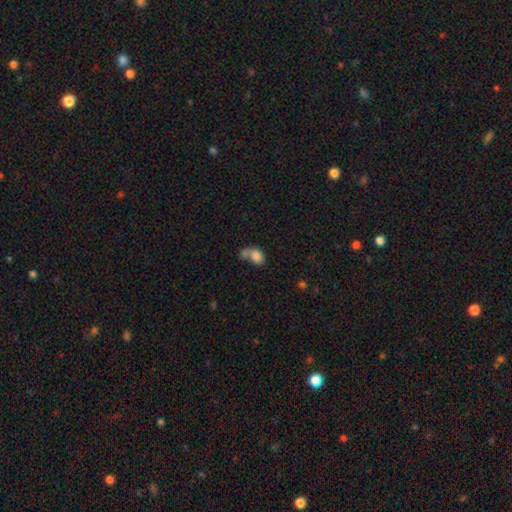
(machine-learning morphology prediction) This appears to be a smooth galaxy with no disk features (81%) that is in between round and cigar-shaped (69%). Merging: merger (55%).